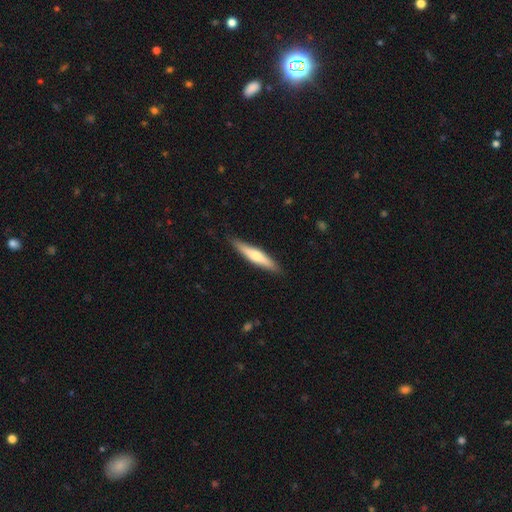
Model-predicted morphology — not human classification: This is possibly a smooth galaxy (54%). How rounded: clearly cigar-shaped (88%). Merging: clearly none (88%).